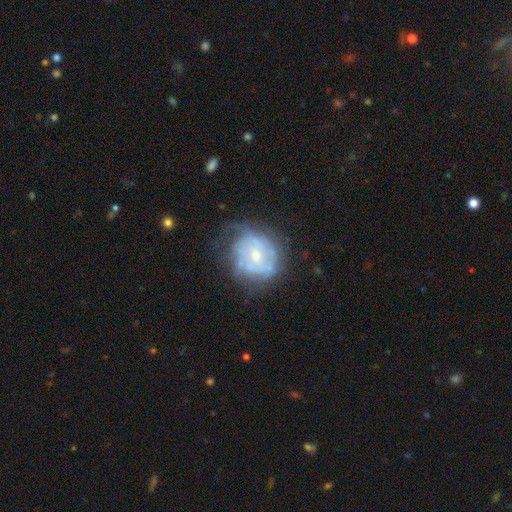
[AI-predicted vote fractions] Smooth or featured? Predicted: featured or disk (p=0.62). Edge-on disk? Predicted: no (p=0.97). Bar? Predicted: no (p=0.72). Spiral arms? Predicted: yes (p=0.61). Bulge size? Predicted: small (p=0.60). Merging? Predicted: none (p=0.48).